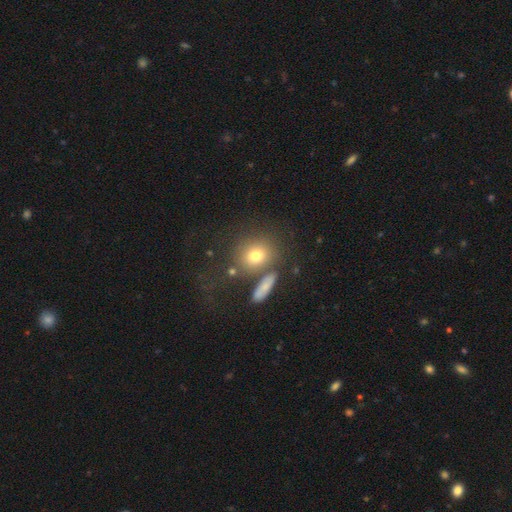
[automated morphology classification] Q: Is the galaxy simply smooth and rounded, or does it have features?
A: smooth — 73%.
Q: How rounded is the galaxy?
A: round — 72%.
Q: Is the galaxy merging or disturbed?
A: none — 70%.